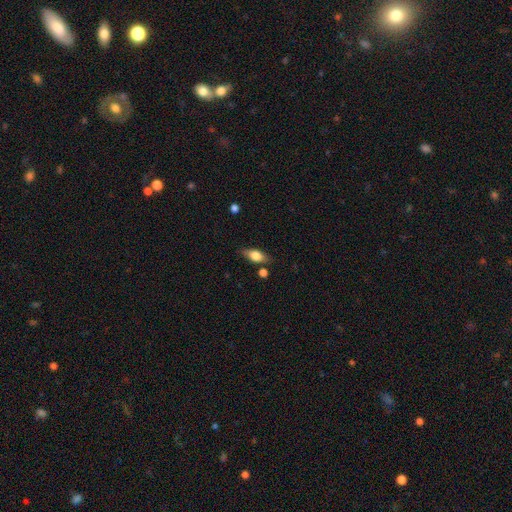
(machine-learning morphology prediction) Smooth or featured? smooth (68%)
How rounded? in between (80%)
Merging? none (77%)